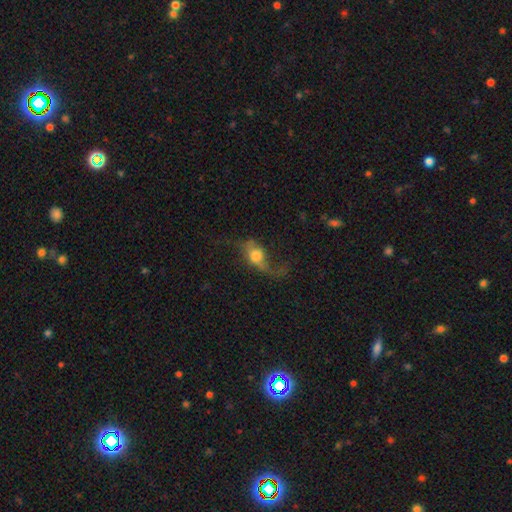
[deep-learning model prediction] smooth-or-featured: featured or disk: 57% | smooth: 34% | star or artifact: 9%
  disk-edge-on: no: 78% | yes: 22%
  merging: none: 40% | major disturbance: 38% | minor disturbance: 19% | merger: 3%